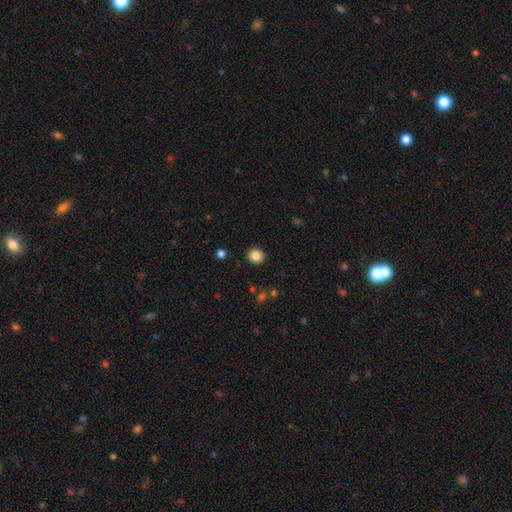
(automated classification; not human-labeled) Morphology: type=smooth (85%); roundness=round (88%); merging=none (91%).